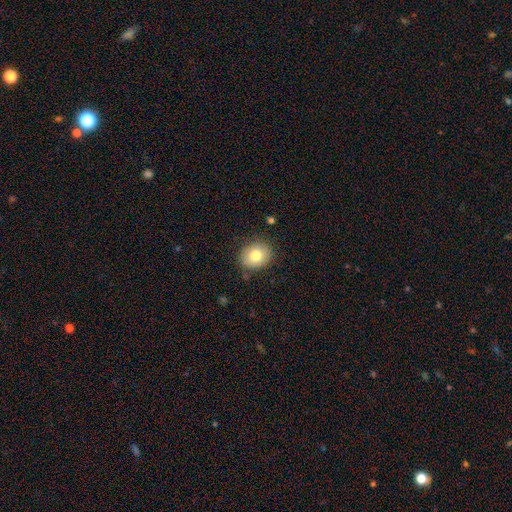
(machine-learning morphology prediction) Q: Smooth or featured?
A: smooth (78%); runner-up: featured or disk (13%)
Q: How rounded?
A: round (66%); runner-up: in between (33%)
Q: Merging?
A: none (84%); runner-up: minor disturbance (12%)